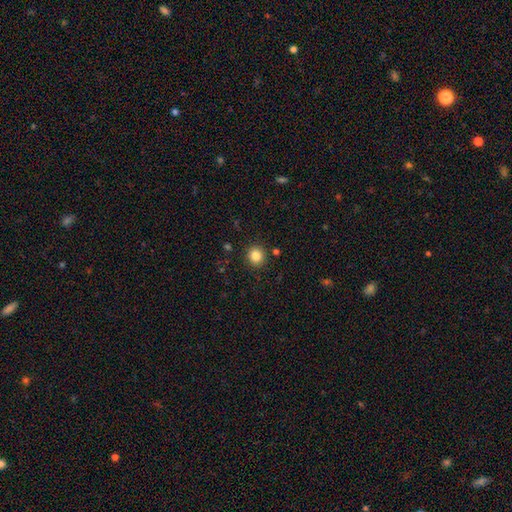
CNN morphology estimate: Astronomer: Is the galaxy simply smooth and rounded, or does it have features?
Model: smooth — 84%.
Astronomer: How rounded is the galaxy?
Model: round — 90%.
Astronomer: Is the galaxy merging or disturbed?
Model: none — 90%.